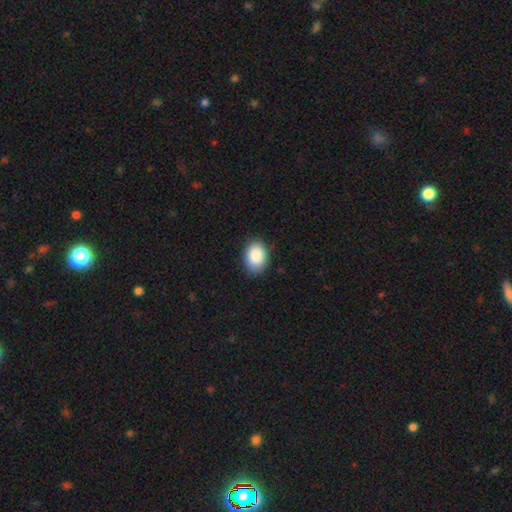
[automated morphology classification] This is clearly a smooth galaxy (89%). How rounded: clearly in between (83%). Merging: clearly none (85%).